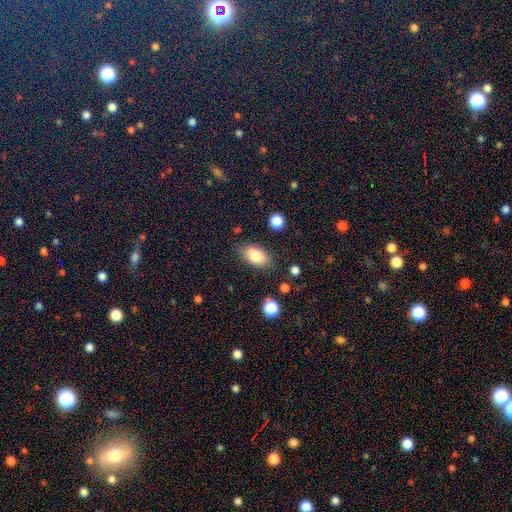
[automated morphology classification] Smooth or featured? Predicted: smooth (p=0.81). How rounded? Predicted: in between (p=0.90). Merging? Predicted: none (p=0.78).